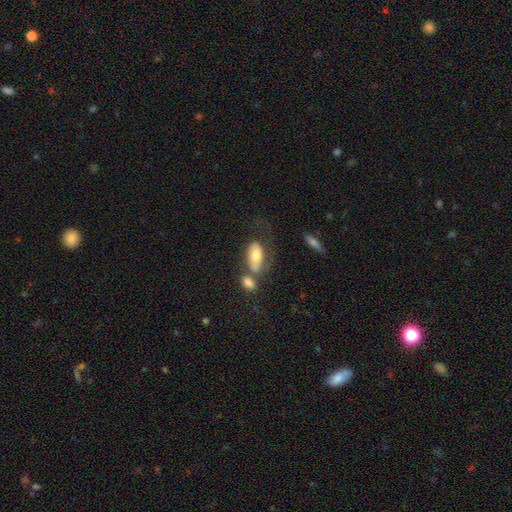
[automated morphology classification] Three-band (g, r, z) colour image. It shows a smooth galaxy with no disk features (62%) that is in between round and cigar-shaped (88%). Merging: merger (41%).